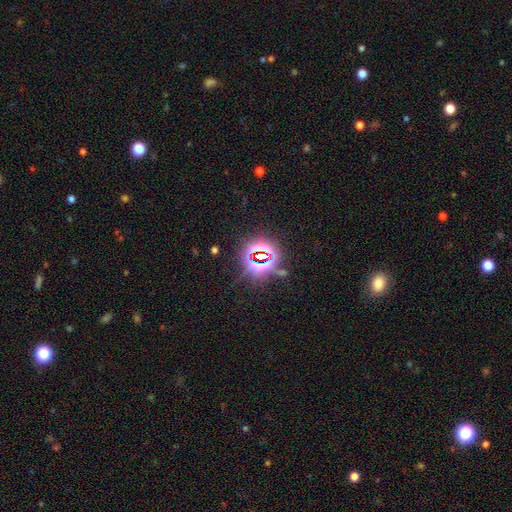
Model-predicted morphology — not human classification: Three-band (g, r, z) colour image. It shows a star or artifact, not a galaxy (81%).